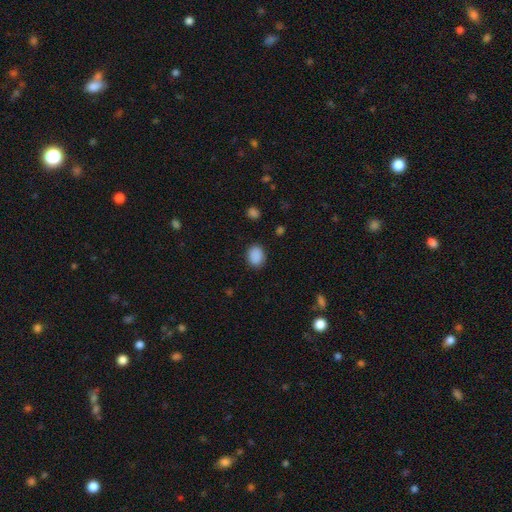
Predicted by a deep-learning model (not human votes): smooth 89%, star or artifact 9%, featured or disk 3%. Down the decision tree: how rounded — in between (53%); merging — none (87%).